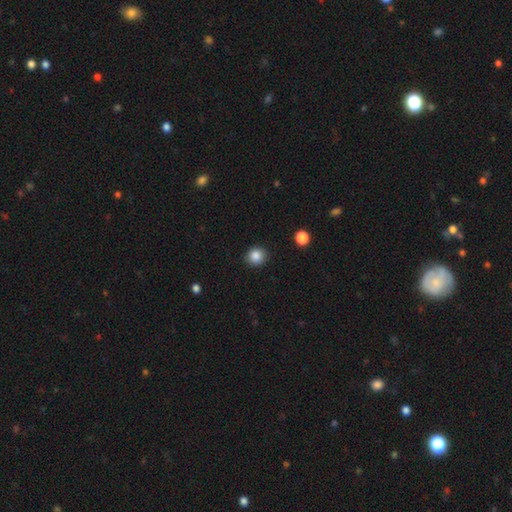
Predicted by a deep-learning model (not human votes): smooth 86%, star or artifact 10%, featured or disk 4%. Down the decision tree: how rounded — round (85%); merging — none (89%).